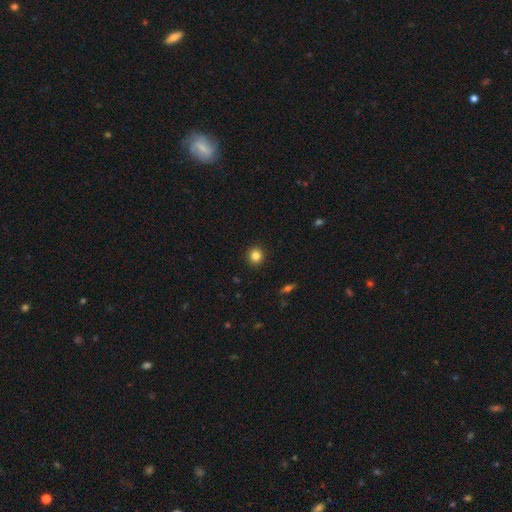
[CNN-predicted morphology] Q: Smooth or featured?
A: smooth (84%); runner-up: star or artifact (11%)
Q: How rounded?
A: round (91%); runner-up: in between (8%)
Q: Merging?
A: none (93%); runner-up: minor disturbance (5%)